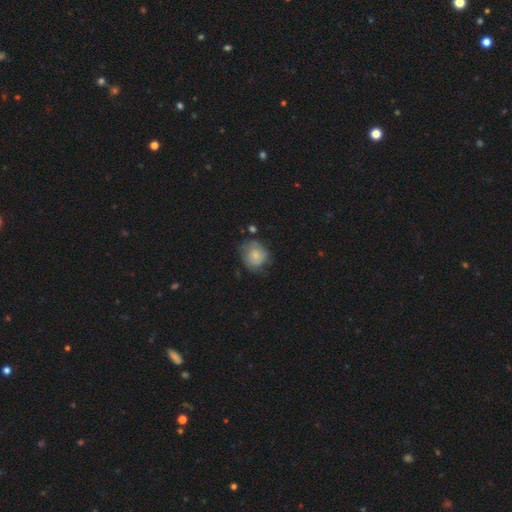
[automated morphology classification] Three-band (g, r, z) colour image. It shows a smooth galaxy with no disk features (63%) that is round (75%). Merging: none (55%).